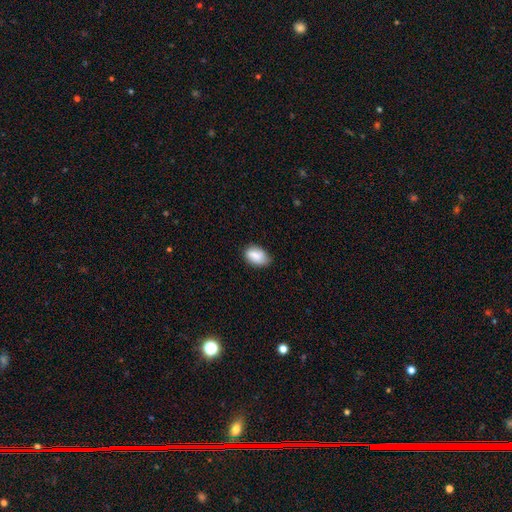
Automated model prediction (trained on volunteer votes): This appears to be a smooth galaxy with no disk features (81%) that is in between round and cigar-shaped (88%). Merging: none (69%).